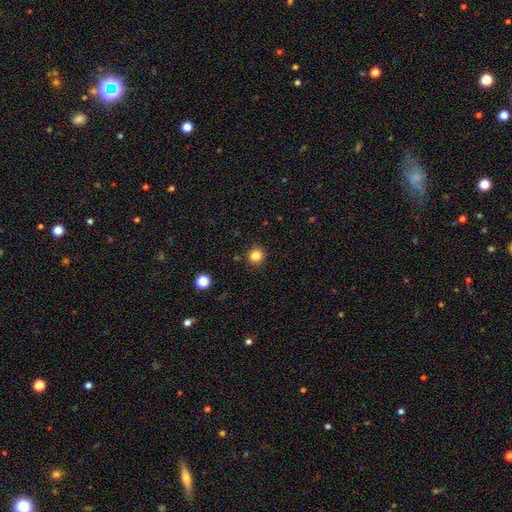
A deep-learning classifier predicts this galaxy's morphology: A smooth galaxy with no disk features (83%) that is round (93%).

Vote fractions:
- Smooth or featured? smooth: 83% / star or artifact: 12% / featured or disk: 4%
- How rounded? round: 93% / in between: 6% / cigar-shaped: 1%
- Merging? none: 91% / minor disturbance: 6% / major disturbance: 2% / merger: 2%